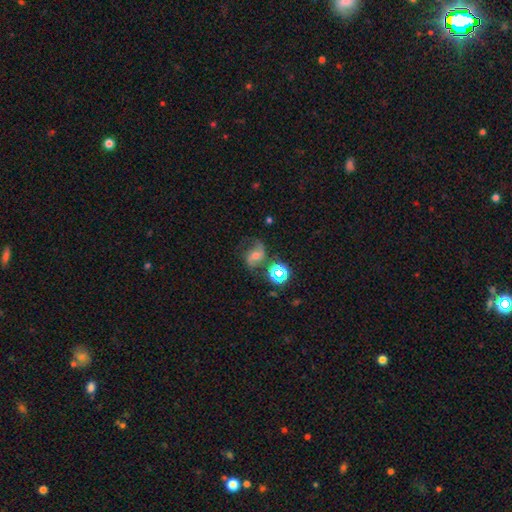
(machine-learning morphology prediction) A featured or disk galaxy (60%) with no bar (44%), 2 (77%) loose (52%) spiral arms (89%) and a moderate central bulge (60%). Merging: none (55%).